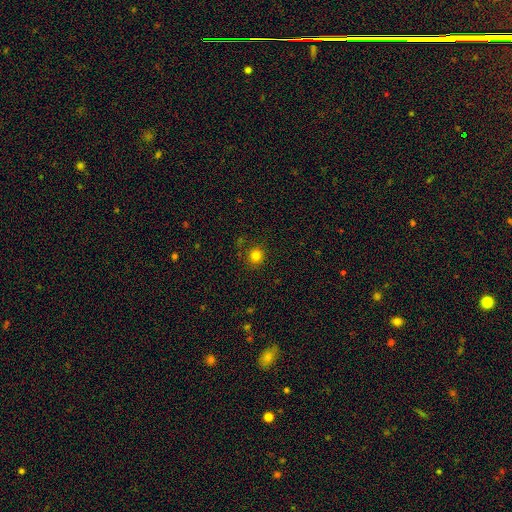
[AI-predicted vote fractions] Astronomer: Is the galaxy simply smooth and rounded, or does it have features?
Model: smooth — 81%.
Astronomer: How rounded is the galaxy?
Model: round — 91%.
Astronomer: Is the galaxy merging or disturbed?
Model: none — 86%.